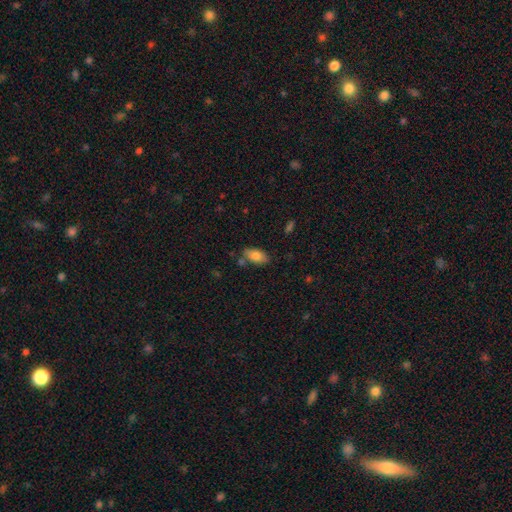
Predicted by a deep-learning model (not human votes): Q: Smooth or featured?
A: smooth (82%); runner-up: featured or disk (11%)
Q: How rounded?
A: in between (91%); runner-up: cigar-shaped (5%)
Q: Merging?
A: none (74%); runner-up: minor disturbance (15%)